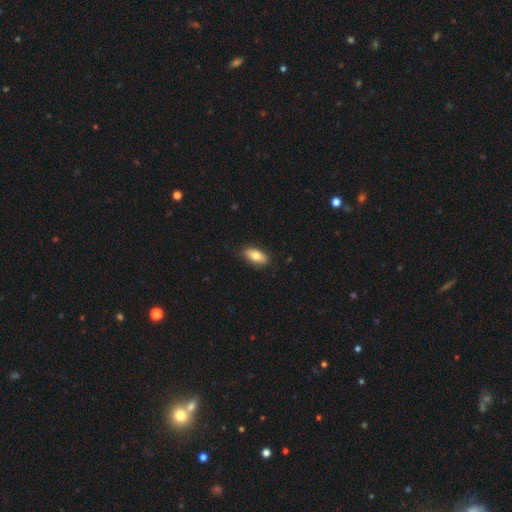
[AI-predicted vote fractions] The model was most divided on "smooth or featured": smooth: 75%, featured or disk: 19%, star or artifact: 6%. More confident: merging — none (86%); how rounded — in between (85%).